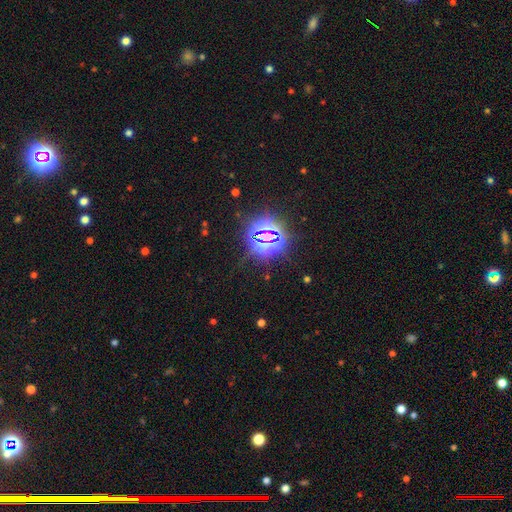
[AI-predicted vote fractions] Morphology: type=star or artifact (84%).